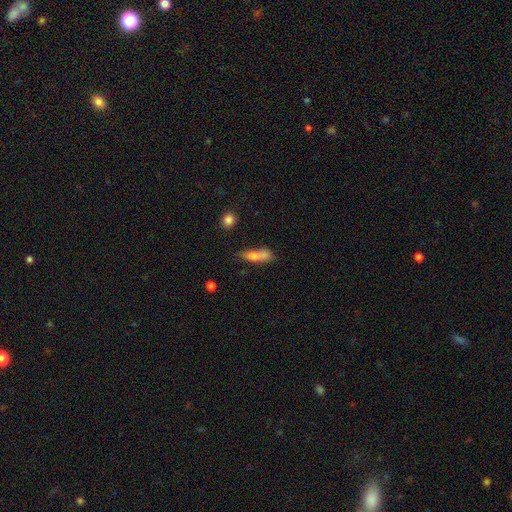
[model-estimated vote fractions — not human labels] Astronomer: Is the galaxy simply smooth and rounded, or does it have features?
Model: smooth — 70%.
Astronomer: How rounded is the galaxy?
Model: in between — 51% (runner-up: cigar-shaped, 44%).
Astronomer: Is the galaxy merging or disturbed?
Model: none — 38% (runner-up: merger, 33%).